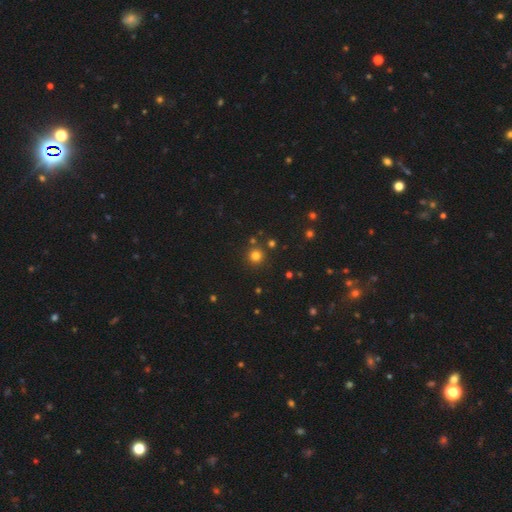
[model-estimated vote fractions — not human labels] Smooth or featured? Predicted: smooth (p=0.76). How rounded? Predicted: round (p=0.95). Merging? Predicted: none (p=0.85).